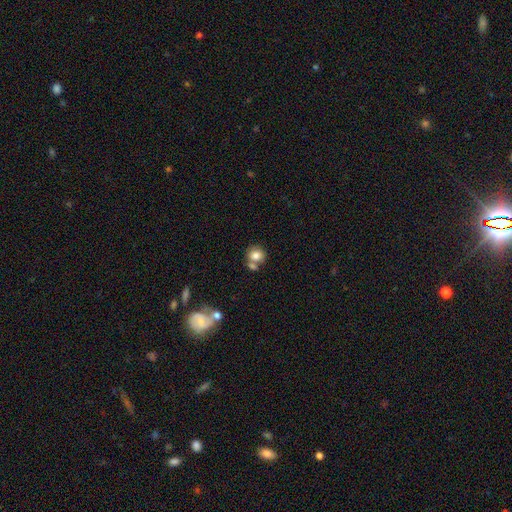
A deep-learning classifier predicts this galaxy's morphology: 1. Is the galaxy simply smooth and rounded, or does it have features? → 79% smooth, 11% featured or disk, 10% star or artifact.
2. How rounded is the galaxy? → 78% round, 21% in between, 1% cigar-shaped.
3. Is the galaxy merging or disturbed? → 54% none, 31% merger, 11% minor disturbance, 4% major disturbance.